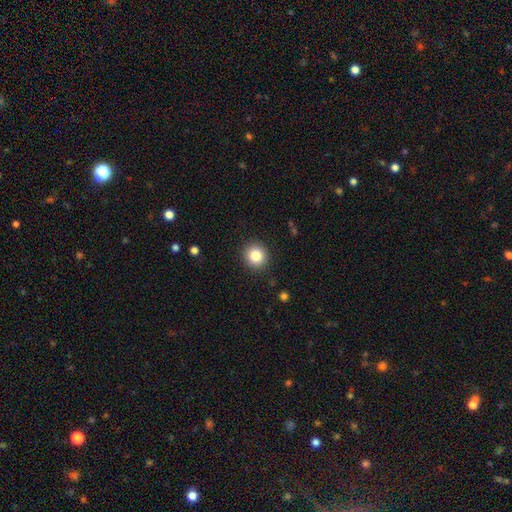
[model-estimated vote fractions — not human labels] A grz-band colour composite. It shows a smooth galaxy with no disk features (84%) that is round (93%). Merging: none (91%).